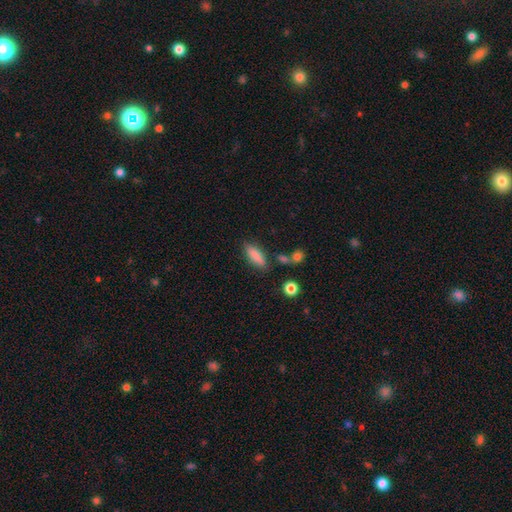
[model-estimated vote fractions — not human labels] A smooth galaxy with no disk features (84%) that is in between round and cigar-shaped (53%).

Vote fractions:
- Smooth or featured? smooth: 84% / featured or disk: 9% / star or artifact: 8%
- How rounded? in between: 53% / cigar-shaped: 44% / round: 2%
- Merging? none: 77% / minor disturbance: 14% / merger: 5% / major disturbance: 4%